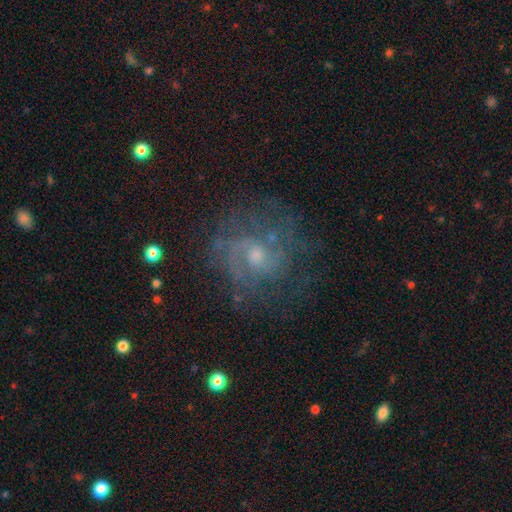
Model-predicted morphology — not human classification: The model was most divided on "bulge size": moderate: 46%, small: 45%, none: 5%, large: 3%, dominant: 1%. Remaining: edge-on disk — no (97%); spiral arms — yes (83%); smooth or featured — featured or disk (74%); bar — no (68%); merging — none (65%); spiral winding — medium (43%); spiral arm count — can't tell (38%).